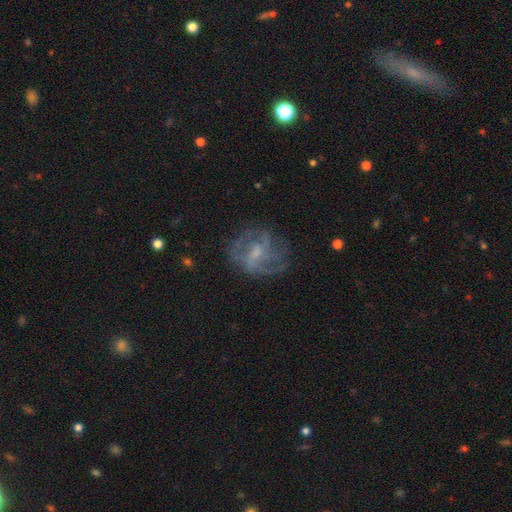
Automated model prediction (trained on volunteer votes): Morphology: type=featured or disk (72%); edge-on=no (97%); bar=weak (50%); spiral arms=yes (78%); winding=medium (43%); arm count=can't tell (36%); bulge=small (44%); merging=none (63%).